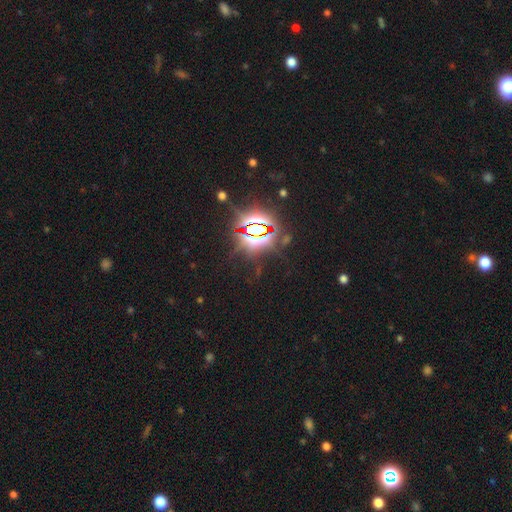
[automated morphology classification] Overall: star or artifact (86%).